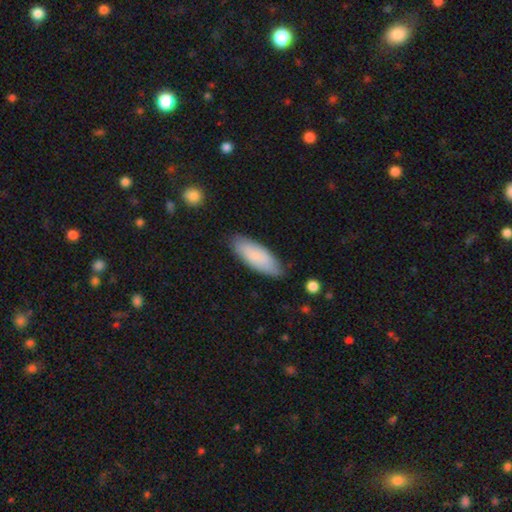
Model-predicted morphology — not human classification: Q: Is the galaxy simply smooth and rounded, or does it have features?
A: smooth — 84%.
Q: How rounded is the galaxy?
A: in between — 66%.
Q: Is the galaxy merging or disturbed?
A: none — 83%.